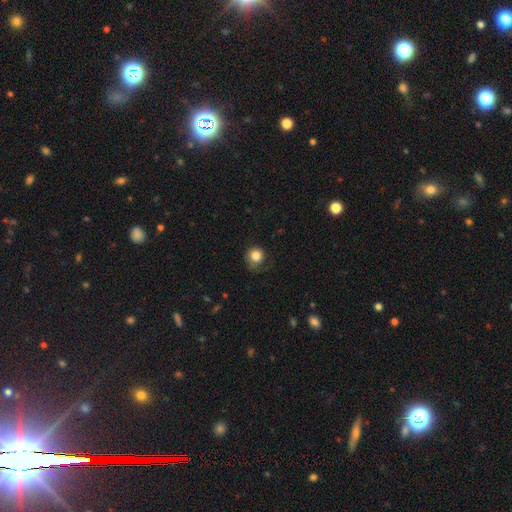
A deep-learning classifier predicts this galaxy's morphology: Smooth or featured? Predicted: smooth (p=0.84). How rounded? Predicted: round (p=0.88). Merging? Predicted: none (p=0.65).